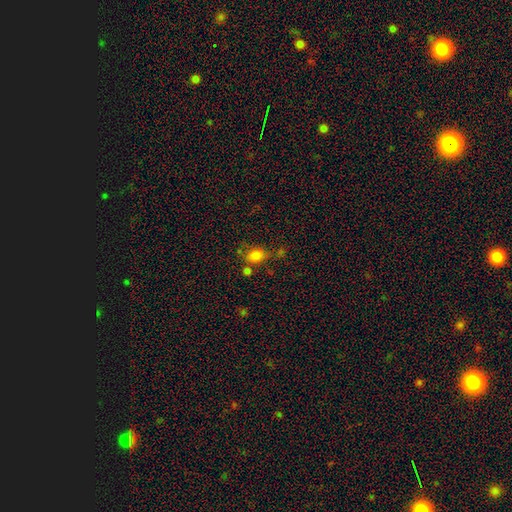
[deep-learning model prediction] Smooth or featured: smooth — 79% (star or artifact — 13%)
How rounded: in between — 58% (round — 40%)
Merging: none — 56% (minor disturbance — 19%)